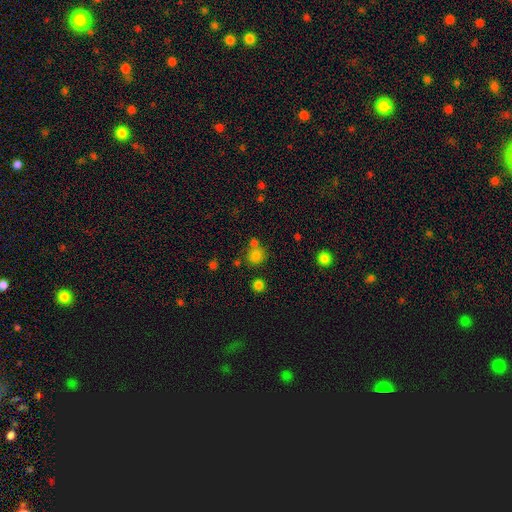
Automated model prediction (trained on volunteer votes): Smooth or featured: smooth — 77% (star or artifact — 17%)
How rounded: round — 84% (in between — 15%)
Merging: none — 62% (merger — 23%)